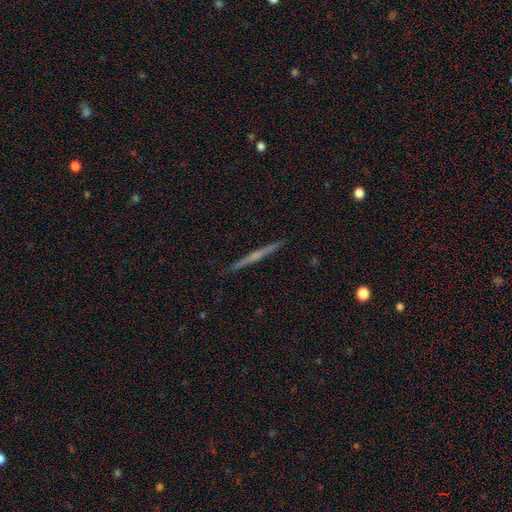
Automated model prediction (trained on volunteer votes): smooth_or_featured: featured or disk (p=0.67) [alt: smooth p=0.26]
disk_edge_on: yes (p=0.98) [alt: no p=0.02]
edge_on_bulge: none (p=0.52) [alt: rounded p=0.41]
merging: none (p=0.93) [alt: minor disturbance p=0.05]